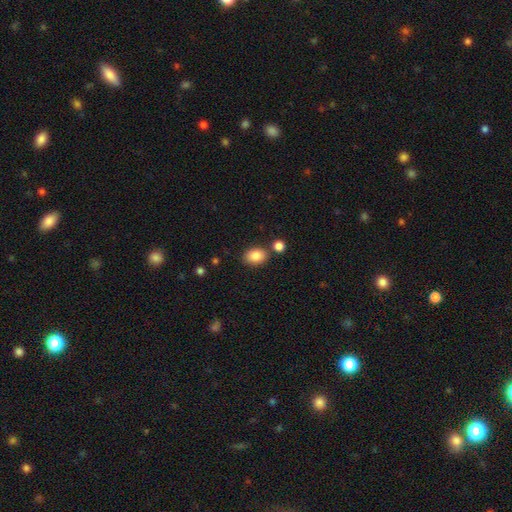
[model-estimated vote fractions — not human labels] smooth-or-featured: smooth: 86% | star or artifact: 8% | featured or disk: 6%
  how-rounded: in between: 80% | round: 19% | cigar-shaped: 1%
  merging: none: 77% | minor disturbance: 11% | merger: 10% | major disturbance: 3%